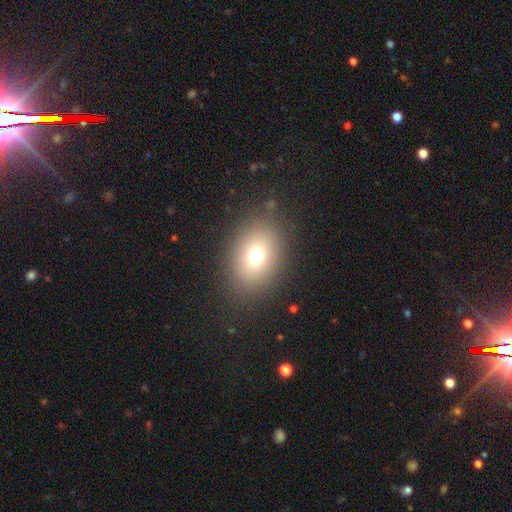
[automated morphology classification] Smooth or featured? Predicted: smooth (p=0.71). How rounded? Predicted: in between (p=0.61). Merging? Predicted: none (p=0.85).